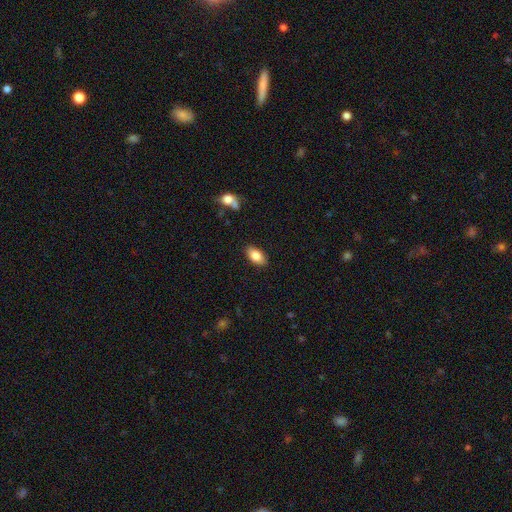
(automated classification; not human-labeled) Smooth or featured?
  - smooth: 83% *
  - featured or disk: 10%
  - star or artifact: 7%
How rounded?
  - in between: 92% *
  - round: 4%
  - cigar-shaped: 4%
Merging?
  - none: 88% *
  - minor disturbance: 9%
  - major disturbance: 2%
  - merger: 1%